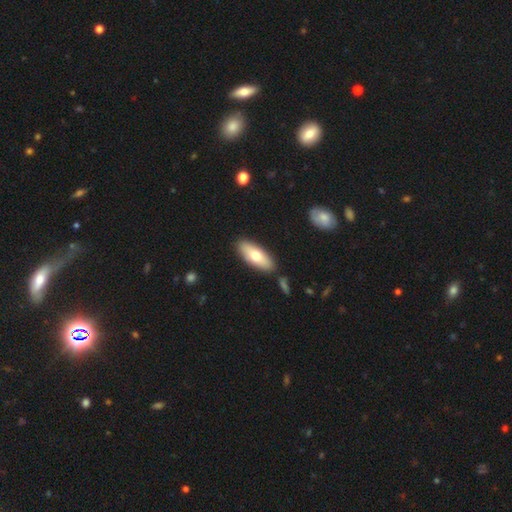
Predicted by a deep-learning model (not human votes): Smooth or featured? smooth (69%)
How rounded? in between (73%)
Merging? none (85%)